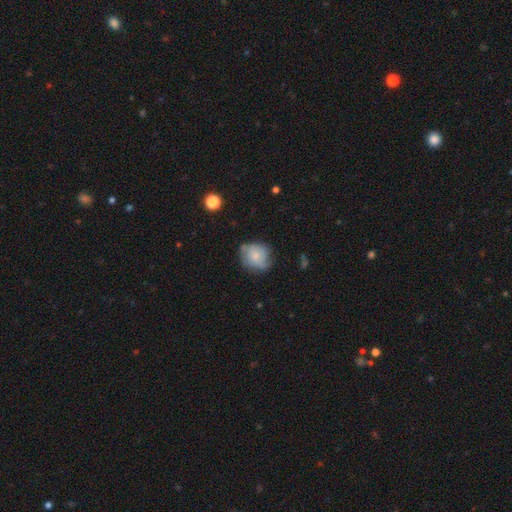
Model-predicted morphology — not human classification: Overall: smooth (62%; featured or disk 30%). How rounded: round (77%). Merging: none (56%; minor disturbance 31%).